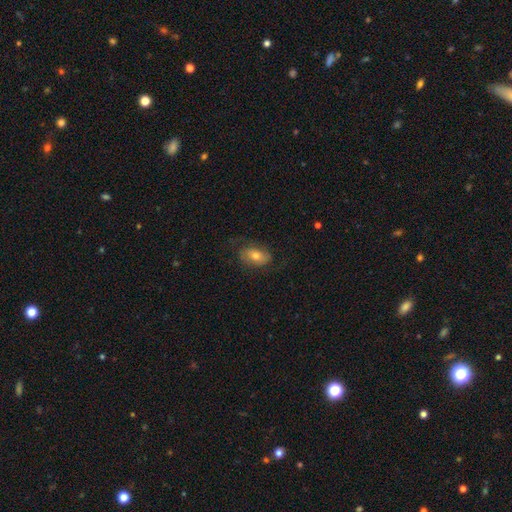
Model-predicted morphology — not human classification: smooth 52%, featured or disk 39%, star or artifact 9%. Down the decision tree: how rounded — in between (85%); merging — none (67%).